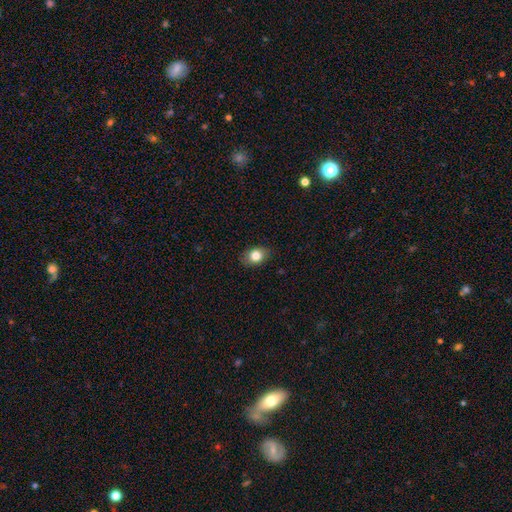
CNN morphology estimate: type=smooth (81%); roundness=in between (71%); merging=none (85%).